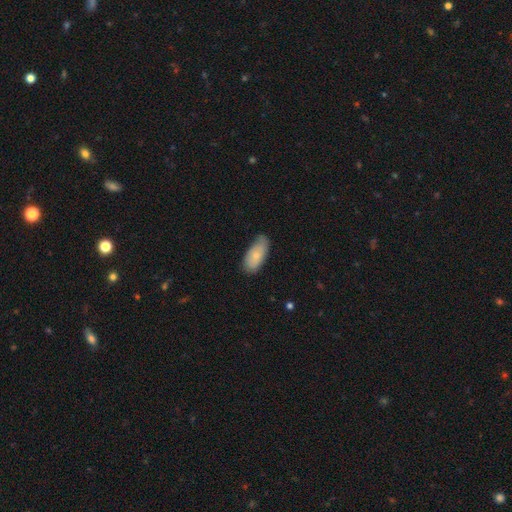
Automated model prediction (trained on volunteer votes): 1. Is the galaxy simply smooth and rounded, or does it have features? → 71% smooth, 23% featured or disk, 6% star or artifact.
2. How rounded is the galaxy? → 90% in between, 7% cigar-shaped, 3% round.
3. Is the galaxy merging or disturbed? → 62% none, 31% minor disturbance, 6% major disturbance, 2% merger.